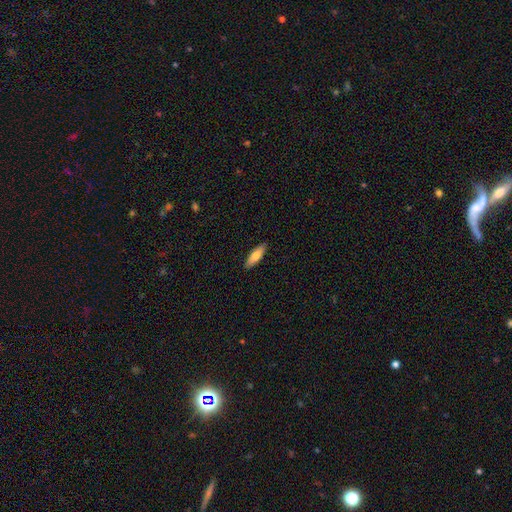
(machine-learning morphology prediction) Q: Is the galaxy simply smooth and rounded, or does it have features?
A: smooth — 76%.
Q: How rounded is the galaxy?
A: cigar-shaped — 53%.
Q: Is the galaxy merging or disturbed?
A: none — 90%.